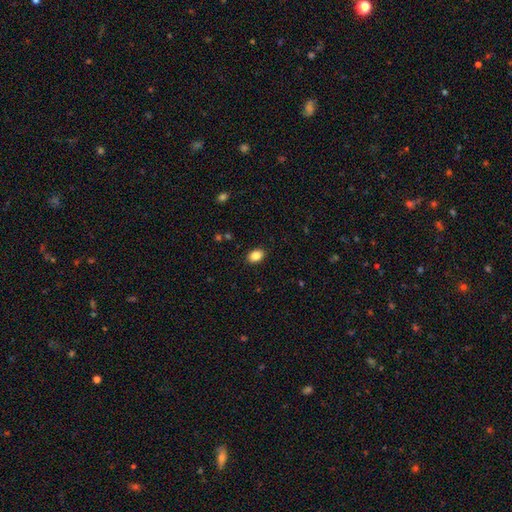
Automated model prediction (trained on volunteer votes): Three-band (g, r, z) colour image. It shows a smooth galaxy with no disk features (87%) that is in between round and cigar-shaped (80%). Merging: none (89%).